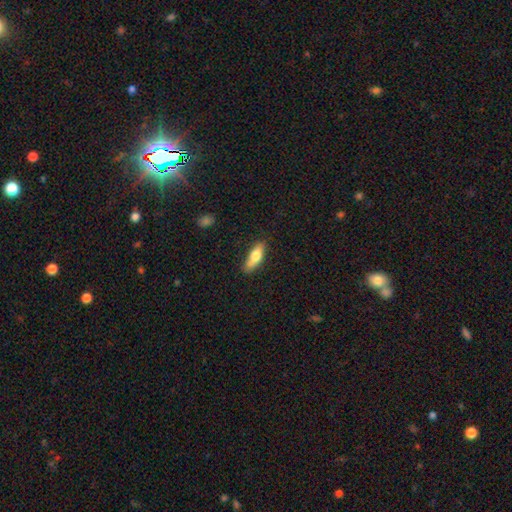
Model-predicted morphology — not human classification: Q: Smooth or featured?
A: smooth (70%); runner-up: featured or disk (23%)
Q: How rounded?
A: in between (54%); runner-up: cigar-shaped (44%)
Q: Merging?
A: none (72%); runner-up: minor disturbance (21%)